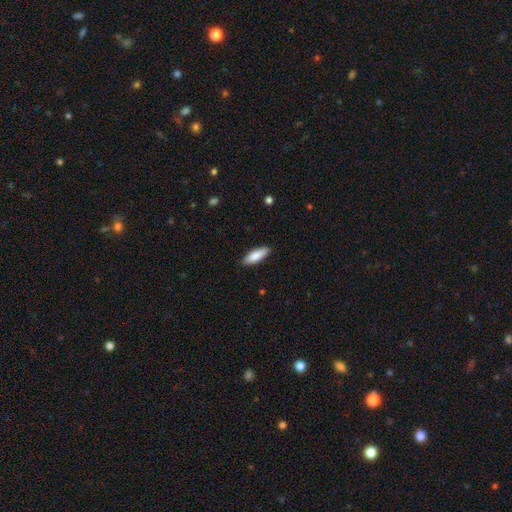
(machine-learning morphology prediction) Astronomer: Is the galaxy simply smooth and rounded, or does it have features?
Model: smooth — 82%.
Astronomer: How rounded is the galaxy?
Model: in between — 54% (runner-up: cigar-shaped, 45%).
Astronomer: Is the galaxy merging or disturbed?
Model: none — 88%.